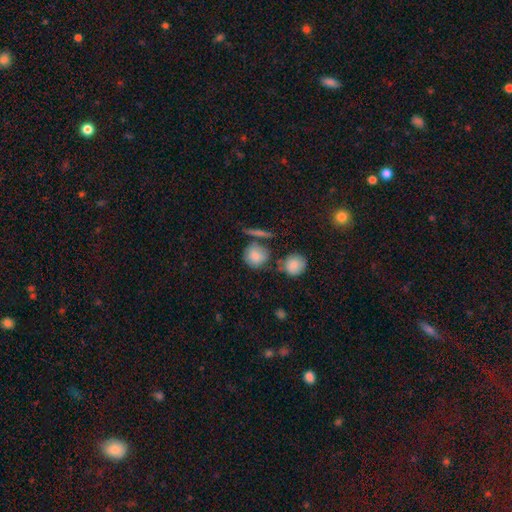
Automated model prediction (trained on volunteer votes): Q: Smooth or featured?
A: smooth (81%); runner-up: featured or disk (10%)
Q: How rounded?
A: round (83%); runner-up: in between (15%)
Q: Merging?
A: none (60%); runner-up: merger (17%)